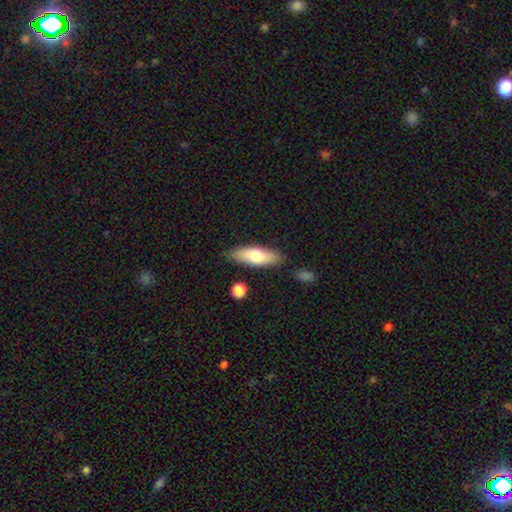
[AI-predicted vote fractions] A smooth galaxy with no disk features (73%) that is in between round and cigar-shaped (56%).

Vote fractions:
- Smooth or featured? smooth: 73% / featured or disk: 21% / star or artifact: 6%
- How rounded? in between: 56% / cigar-shaped: 42% / round: 2%
- Merging? none: 83% / minor disturbance: 12% / merger: 3% / major disturbance: 3%